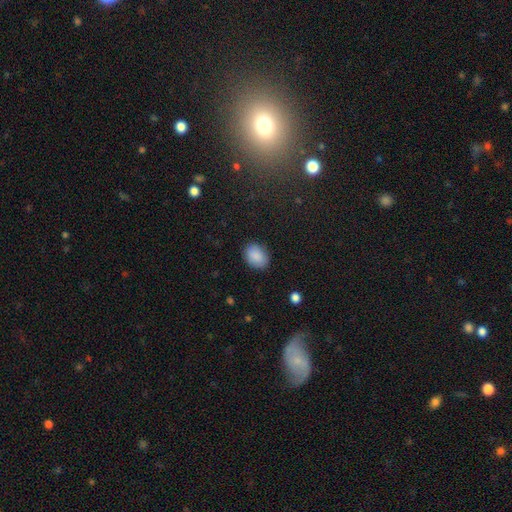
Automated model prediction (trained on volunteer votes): A smooth galaxy with no disk features (89%) that is in between round and cigar-shaped (77%). Merging: none (86%).